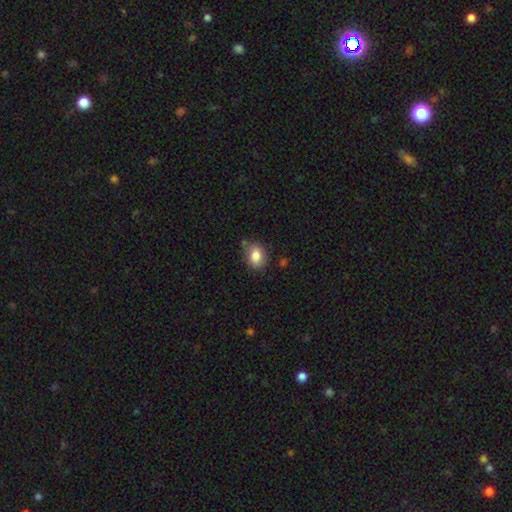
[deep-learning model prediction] Smooth or featured?
  - smooth: 84% *
  - star or artifact: 9%
  - featured or disk: 8%
How rounded?
  - in between: 70% *
  - round: 29%
  - cigar-shaped: 1%
Merging?
  - none: 73% *
  - minor disturbance: 18%
  - merger: 5%
  - major disturbance: 4%